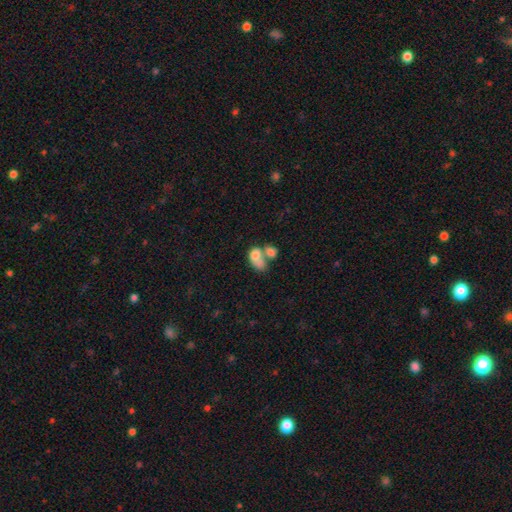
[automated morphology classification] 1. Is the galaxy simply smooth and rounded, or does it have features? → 73% smooth, 18% featured or disk, 9% star or artifact.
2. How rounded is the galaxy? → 77% in between, 21% round, 2% cigar-shaped.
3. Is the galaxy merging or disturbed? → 66% merger, 16% none, 10% major disturbance, 8% minor disturbance.